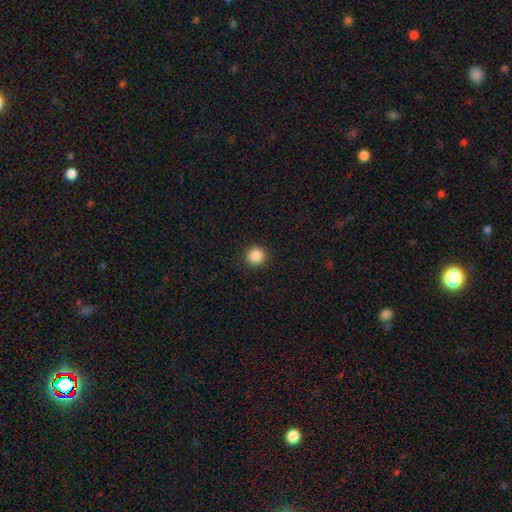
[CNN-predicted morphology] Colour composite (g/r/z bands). It shows a smooth galaxy with no disk features (88%) that is round (94%). Merging: none (92%).